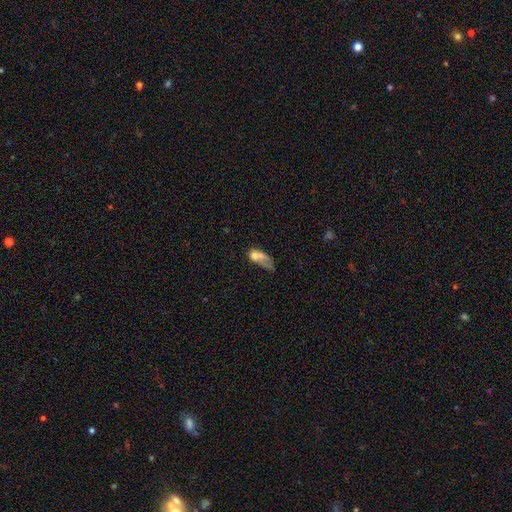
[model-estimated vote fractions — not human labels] The model was most divided on "merging": merger: 39%, major disturbance: 31%, none: 17%, minor disturbance: 13%. More confident: how rounded — in between (69%); smooth or featured — smooth (60%).